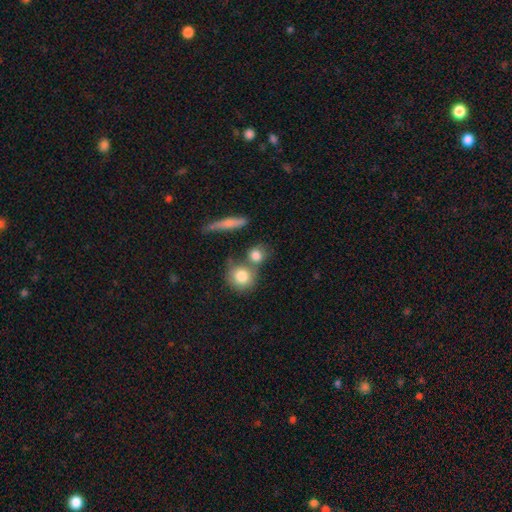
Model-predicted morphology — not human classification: type=smooth (80%); roundness=round (74%); merging=none (49%).